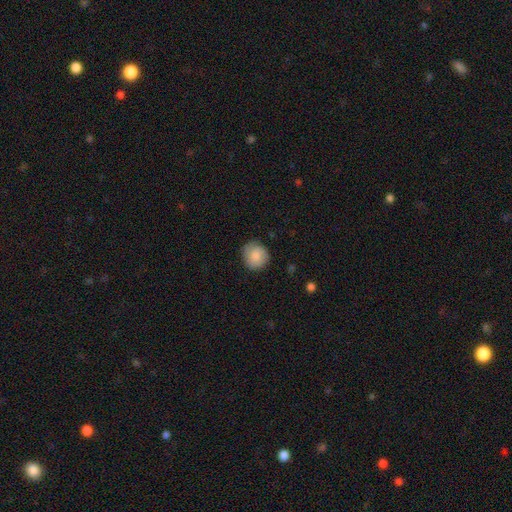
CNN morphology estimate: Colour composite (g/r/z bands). It shows a smooth galaxy with no disk features (80%) that is round (89%). Merging: none (80%).